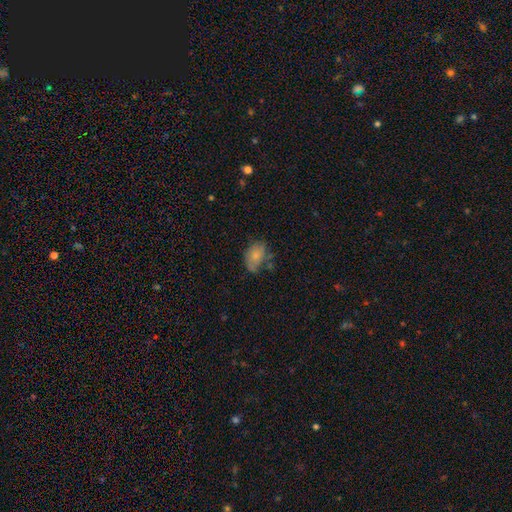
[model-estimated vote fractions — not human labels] smooth_or_featured: smooth (p=0.75) [alt: featured or disk p=0.16]
how_rounded: in between (p=0.85) [alt: round p=0.13]
merging: none (p=0.52) [alt: minor disturbance p=0.31]